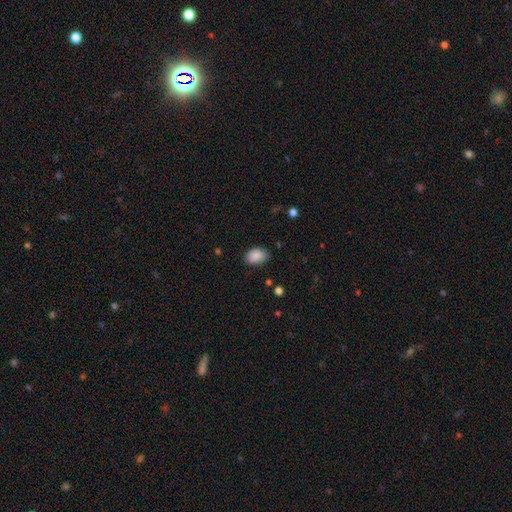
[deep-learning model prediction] A smooth galaxy with no disk features (88%) that is in between round and cigar-shaped (85%). Merging: none (80%).